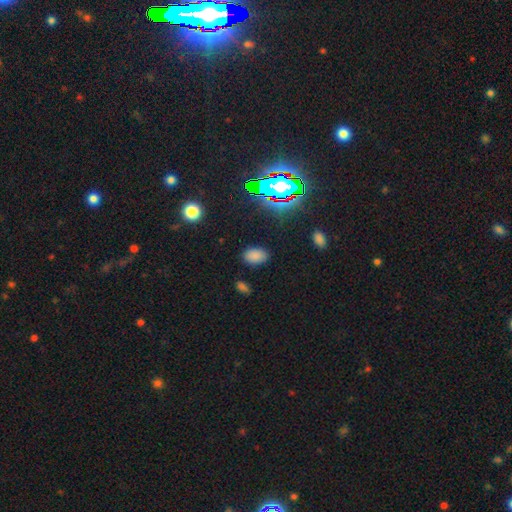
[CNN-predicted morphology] A smooth galaxy with no disk features (78%) that is in between round and cigar-shaped (89%). Merging: none (85%).